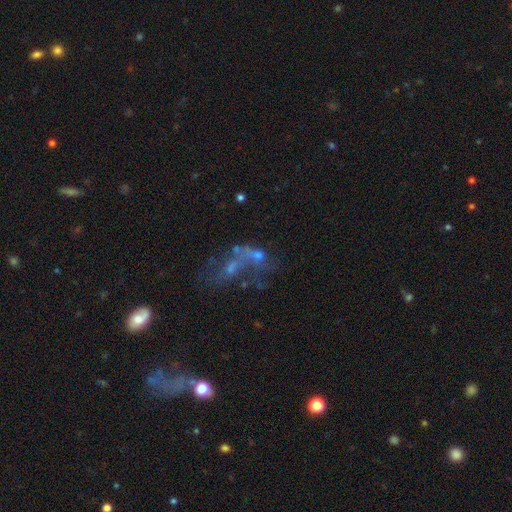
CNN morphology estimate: The model was most divided on "merging": merger: 41%, major disturbance: 26%, none: 24%, minor disturbance: 10%. Remaining: smooth or featured — featured or disk (48%).